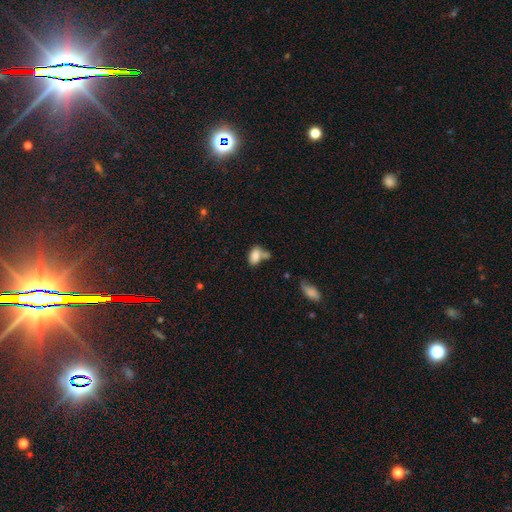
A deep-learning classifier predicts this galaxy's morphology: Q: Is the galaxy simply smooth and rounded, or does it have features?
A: smooth — 83%.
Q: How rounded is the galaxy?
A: in between — 88%.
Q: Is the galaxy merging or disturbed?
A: merger — 39%.